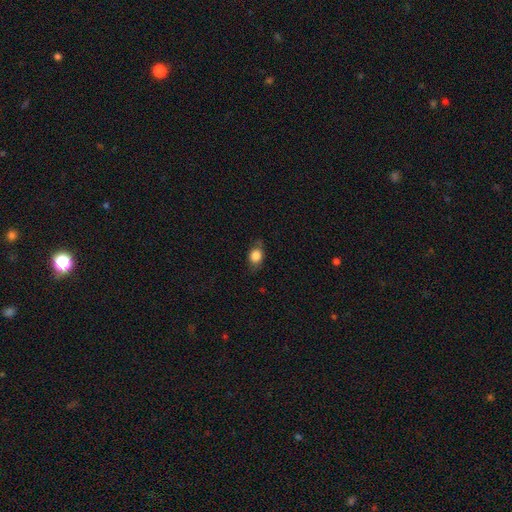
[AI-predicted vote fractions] smooth_or_featured: smooth (p=0.79) [alt: featured or disk p=0.12]
how_rounded: in between (p=0.56) [alt: round p=0.42]
merging: none (p=0.69) [alt: minor disturbance p=0.23]